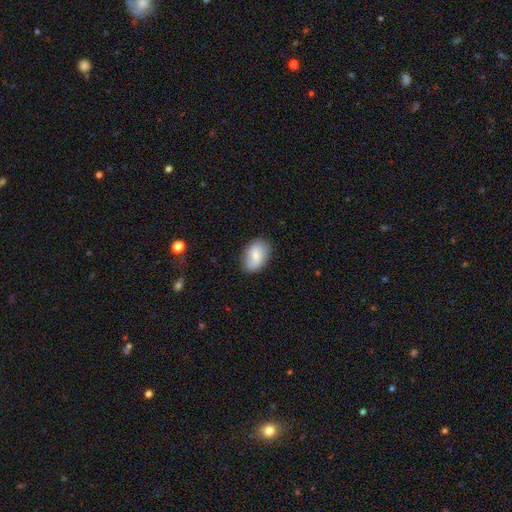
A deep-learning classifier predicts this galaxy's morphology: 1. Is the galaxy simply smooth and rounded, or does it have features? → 69% smooth, 24% featured or disk, 7% star or artifact.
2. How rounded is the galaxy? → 84% in between, 15% round, 1% cigar-shaped.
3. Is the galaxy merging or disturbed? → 82% none, 14% minor disturbance, 3% major disturbance, 1% merger.